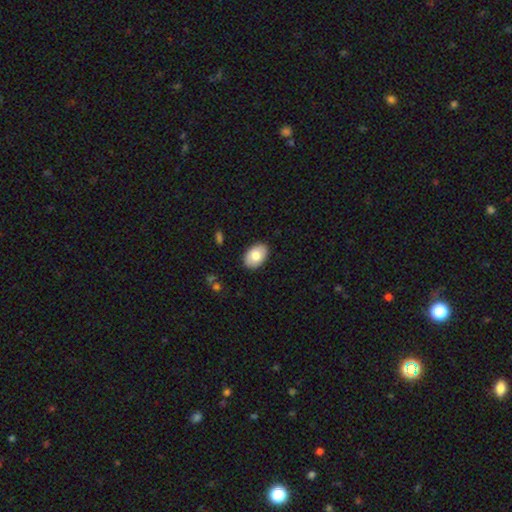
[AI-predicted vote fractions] The model was most divided on "smooth or featured": smooth: 77%, featured or disk: 16%, star or artifact: 6%. More confident: merging — none (88%); how rounded — in between (88%).